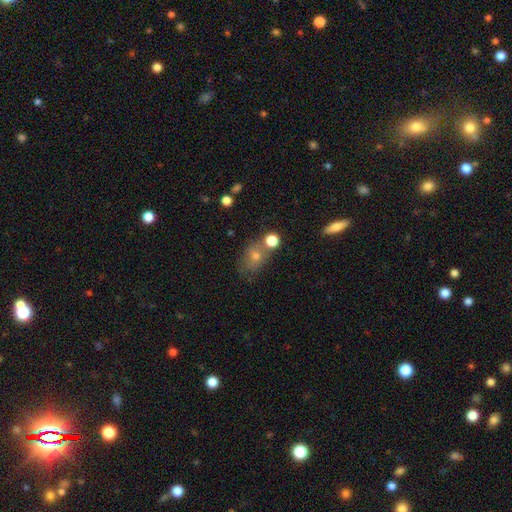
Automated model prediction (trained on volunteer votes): Q: Smooth or featured?
A: smooth (65%); runner-up: star or artifact (18%)
Q: How rounded?
A: in between (53%); runner-up: round (45%)
Q: Merging?
A: none (61%); runner-up: merger (17%)